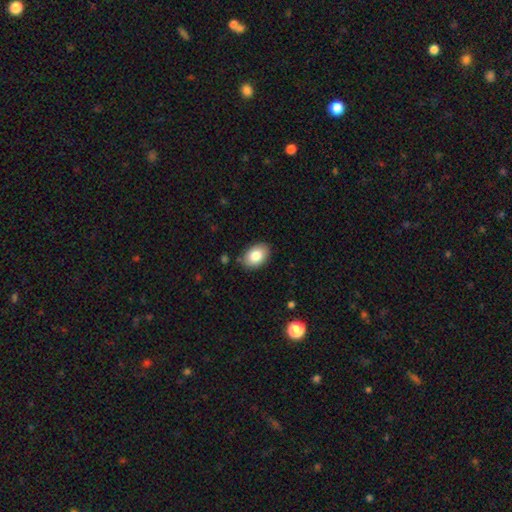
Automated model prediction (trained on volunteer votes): Smooth or featured: smooth — 84% (featured or disk — 9%)
How rounded: in between — 82% (round — 17%)
Merging: none — 84% (minor disturbance — 12%)